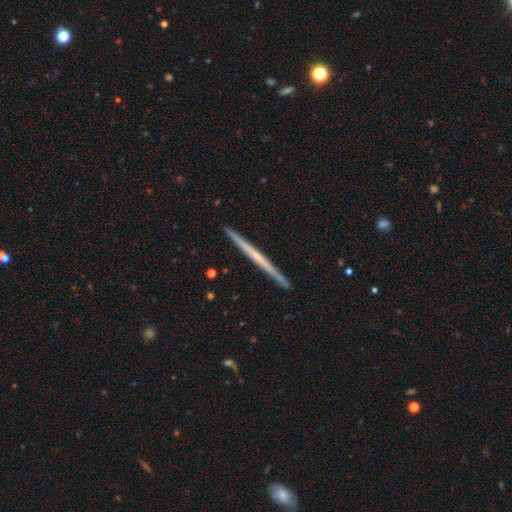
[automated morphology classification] A featured or disk galaxy (63%) viewed edge-on (98%) with no central bulge (75%).

Vote fractions:
- Smooth or featured? featured or disk: 63% / smooth: 31% / star or artifact: 6%
- Edge-on disk? yes: 98% / no: 2%
- Edge-on bulge? none: 75% / rounded: 20% / boxy: 5%
- Merging? none: 92% / minor disturbance: 6% / merger: 1% / major disturbance: 1%